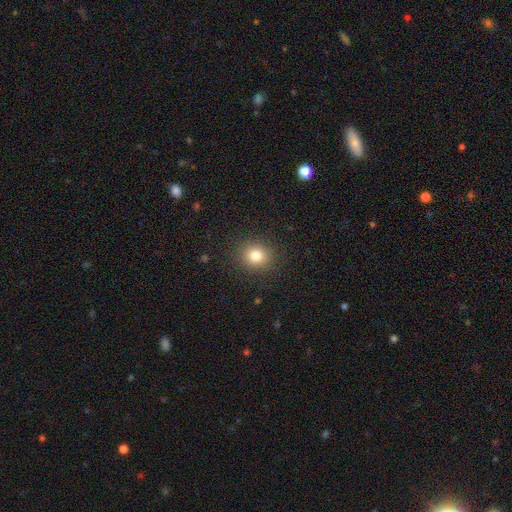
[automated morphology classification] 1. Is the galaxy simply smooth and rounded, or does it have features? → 81% smooth, 12% star or artifact, 7% featured or disk.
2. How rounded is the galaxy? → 78% round, 22% in between, 1% cigar-shaped.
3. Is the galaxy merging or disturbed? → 89% none, 7% minor disturbance, 3% major disturbance, 1% merger.